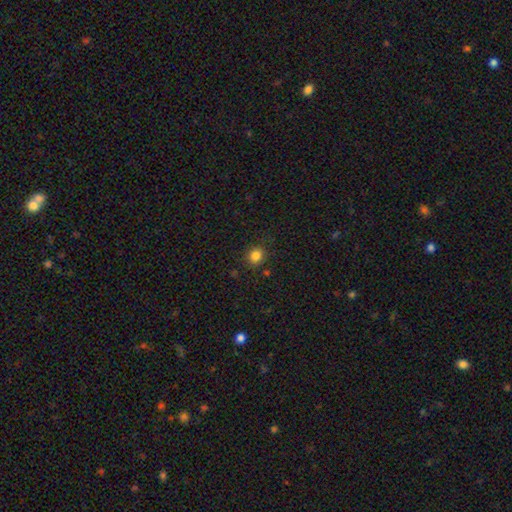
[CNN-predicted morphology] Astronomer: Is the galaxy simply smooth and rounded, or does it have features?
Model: smooth — 83%.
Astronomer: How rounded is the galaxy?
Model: round — 76%.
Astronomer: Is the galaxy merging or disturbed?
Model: none — 86%.